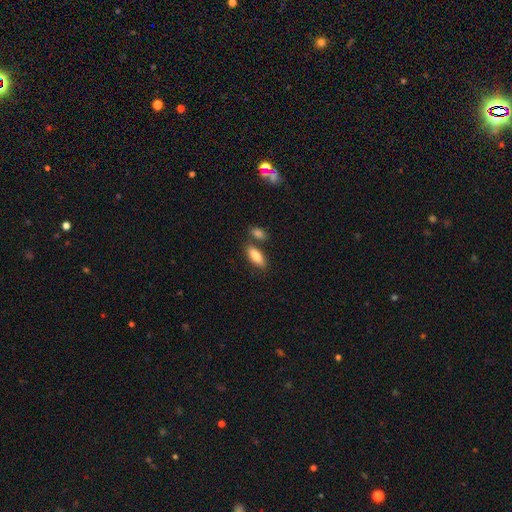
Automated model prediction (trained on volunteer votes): smooth-or-featured: smooth: 83% | featured or disk: 11% | star or artifact: 6%
  how-rounded: in between: 74% | cigar-shaped: 23% | round: 3%
  merging: none: 70% | merger: 15% | minor disturbance: 11% | major disturbance: 3%